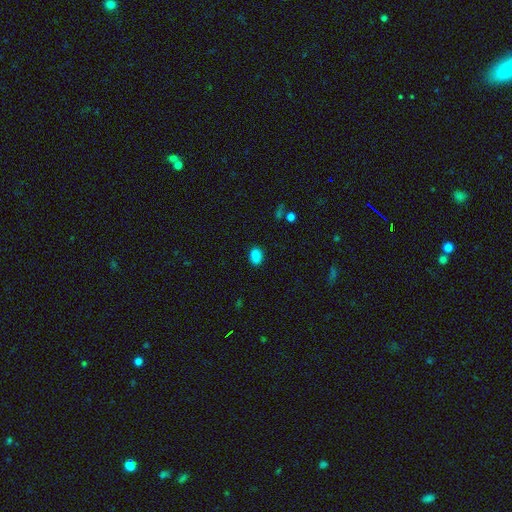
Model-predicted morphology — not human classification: A smooth galaxy with no disk features (85%) that is in between round and cigar-shaped (81%).

Vote fractions:
- Smooth or featured? smooth: 85% / star or artifact: 12% / featured or disk: 3%
- How rounded? in between: 81% / round: 18% / cigar-shaped: 1%
- Merging? none: 84% / minor disturbance: 12% / major disturbance: 3% / merger: 2%